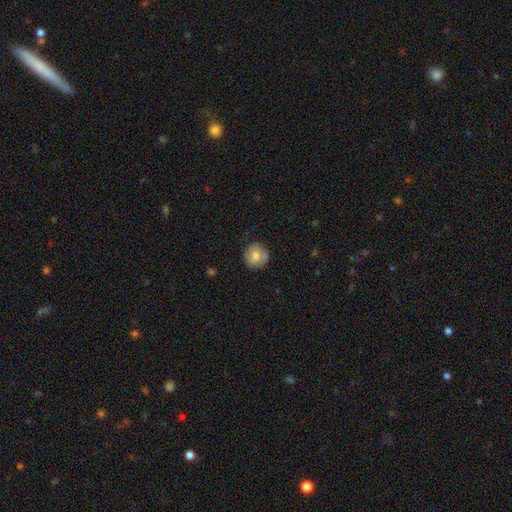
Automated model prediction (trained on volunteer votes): Smooth or featured? Predicted: smooth (p=0.72). How rounded? Predicted: round (p=0.88). Merging? Predicted: none (p=0.77).